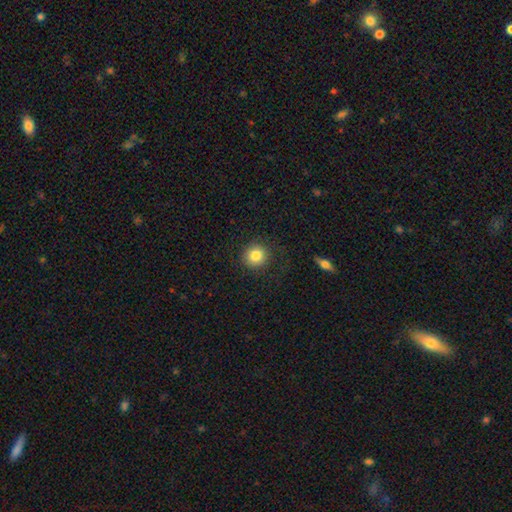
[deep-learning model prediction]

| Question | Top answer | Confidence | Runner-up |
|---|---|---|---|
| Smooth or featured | smooth | 84% | star or artifact (10%) |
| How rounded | round | 92% | in between (7%) |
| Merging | none | 89% | minor disturbance (7%) |